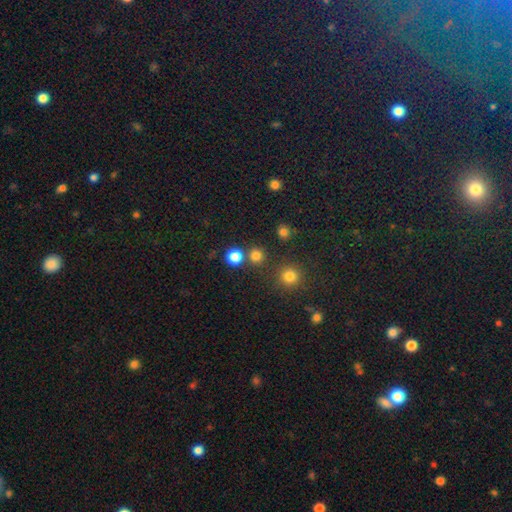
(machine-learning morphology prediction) The model was most divided on "smooth or featured": smooth: 78%, star or artifact: 17%, featured or disk: 4%. More confident: how rounded — round (93%); merging — none (80%).